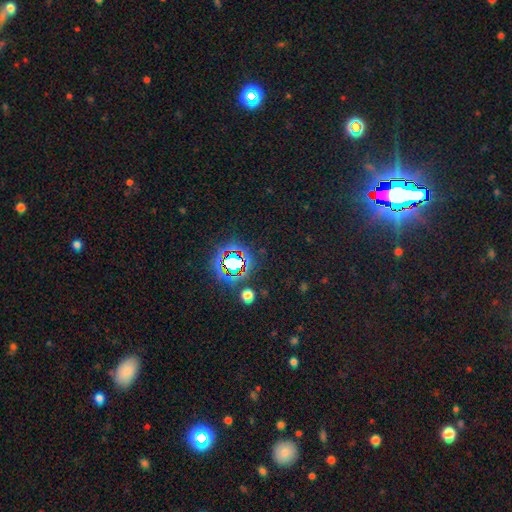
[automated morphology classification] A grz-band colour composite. It shows a star or artifact, not a galaxy (80%).